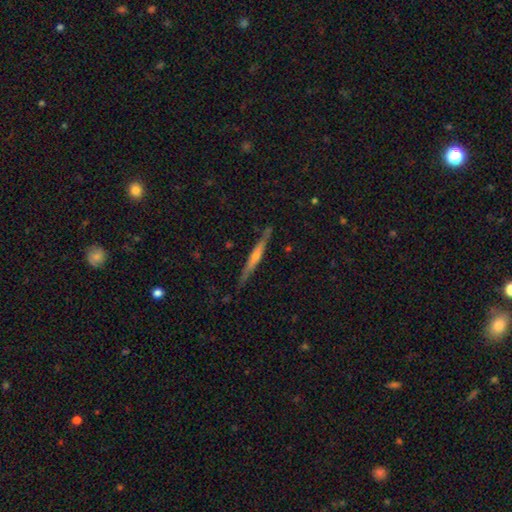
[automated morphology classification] smooth-or-featured: featured or disk: 63% | smooth: 30% | star or artifact: 6%
  disk-edge-on: yes: 97% | no: 3%
    edge-on-bulge: rounded: 60% | none: 33% | boxy: 7%
  merging: none: 84% | minor disturbance: 12% | major disturbance: 2% | merger: 2%